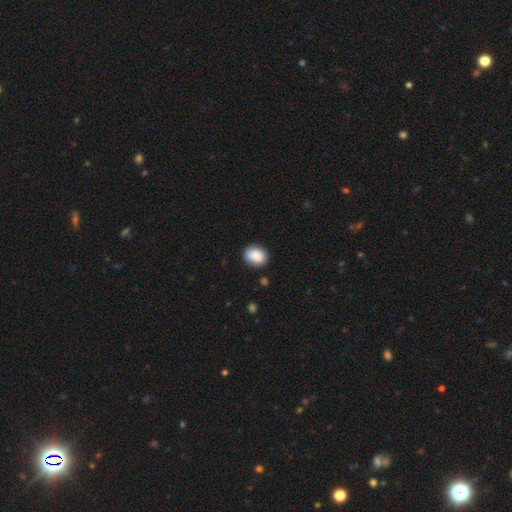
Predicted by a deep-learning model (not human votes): smooth 87%, star or artifact 7%, featured or disk 6%. Down the decision tree: how rounded — round (51%); merging — none (82%).